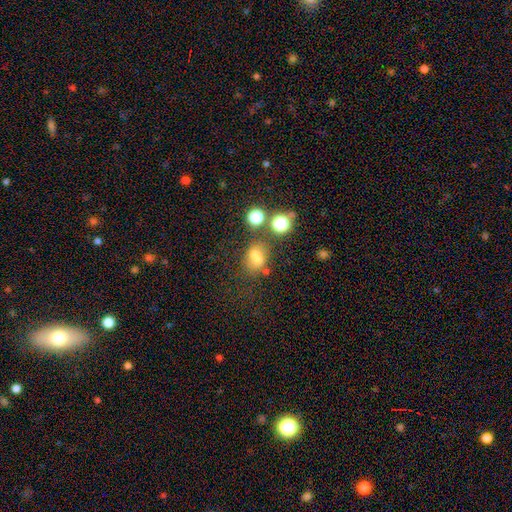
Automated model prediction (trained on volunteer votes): smooth_or_featured: smooth (p=0.59) [alt: star or artifact p=0.22]
how_rounded: in between (p=0.55) [alt: round p=0.42]
merging: none (p=0.45) [alt: merger p=0.32]